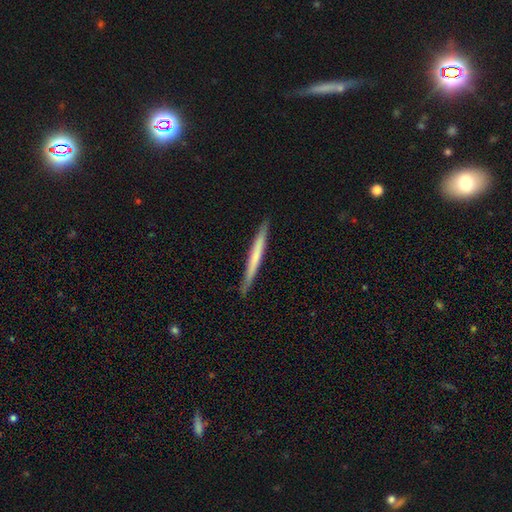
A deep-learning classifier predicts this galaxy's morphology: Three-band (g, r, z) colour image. It shows a smooth galaxy with no disk features (53%) that is cigar-shaped (97%). Merging: none (90%).